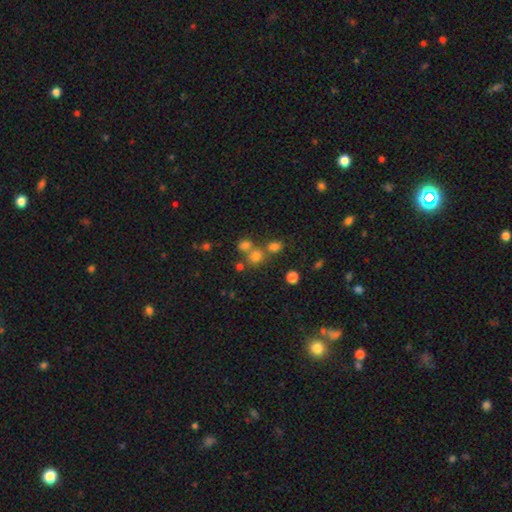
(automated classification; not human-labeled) This appears to be a smooth galaxy with no disk features (62%) that is round (80%). Merging: none (58%).